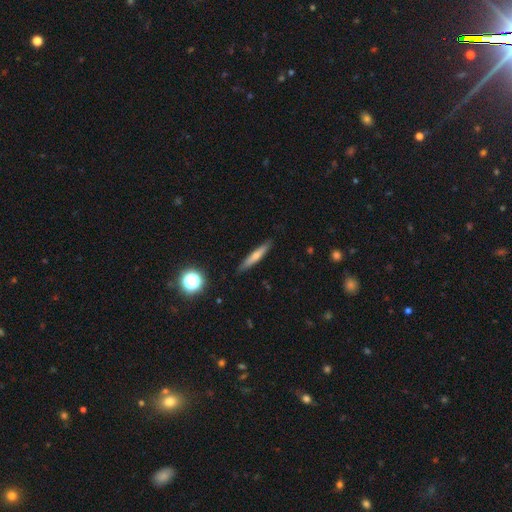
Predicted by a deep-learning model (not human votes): This is possibly a smooth galaxy (57%). How rounded: clearly cigar-shaped (91%). Merging: clearly none (87%).